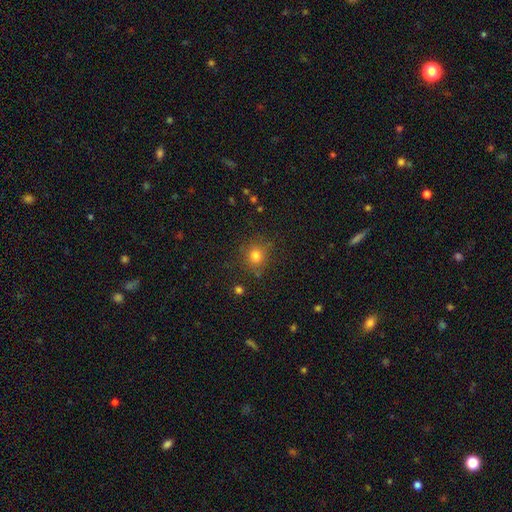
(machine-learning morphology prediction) This is likely a smooth galaxy (79%). How rounded: clearly round (84%). Merging: clearly none (81%).